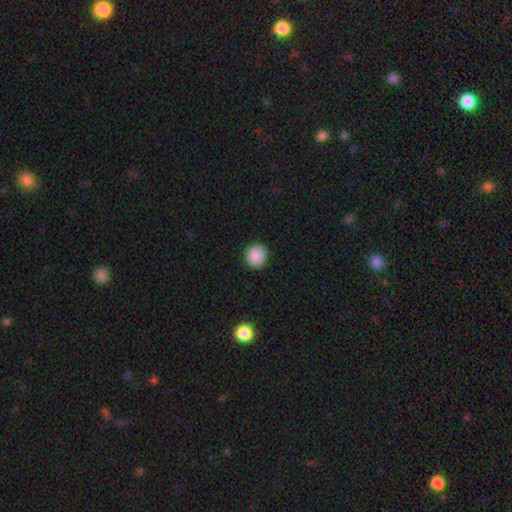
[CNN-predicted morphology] Smooth or featured? smooth (89%)
How rounded? round (93%)
Merging? none (92%)